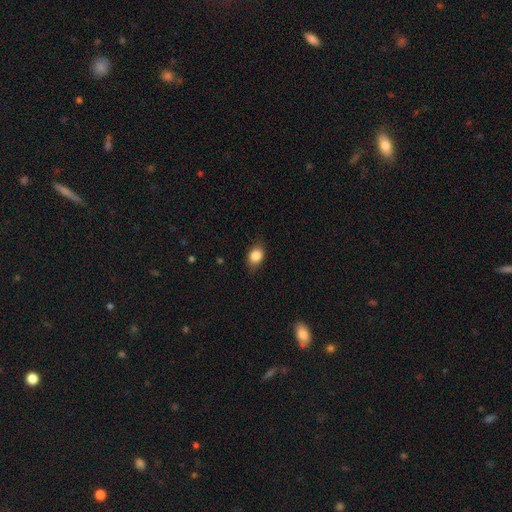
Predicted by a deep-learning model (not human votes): smooth_or_featured: smooth (p=0.83) [alt: featured or disk p=0.09]
how_rounded: in between (p=0.69) [alt: round p=0.29]
merging: none (p=0.78) [alt: minor disturbance p=0.18]